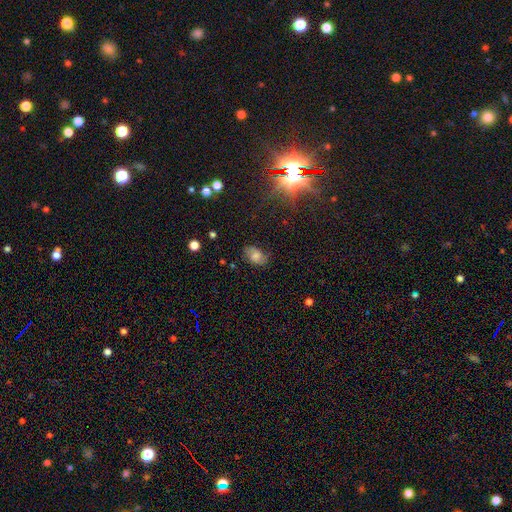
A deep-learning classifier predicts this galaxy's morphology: smooth_or_featured: smooth (p=0.54) [alt: featured or disk p=0.32]
how_rounded: in between (p=0.82) [alt: round p=0.16]
merging: none (p=0.70) [alt: minor disturbance p=0.21]